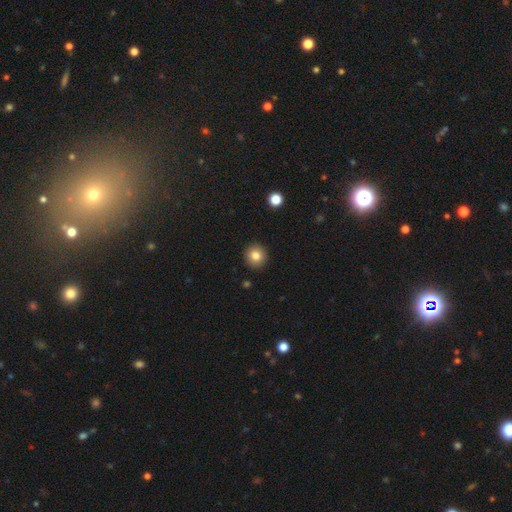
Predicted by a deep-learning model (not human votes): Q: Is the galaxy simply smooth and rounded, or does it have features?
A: smooth — 82%.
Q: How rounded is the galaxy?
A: round — 93%.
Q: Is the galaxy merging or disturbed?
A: none — 92%.